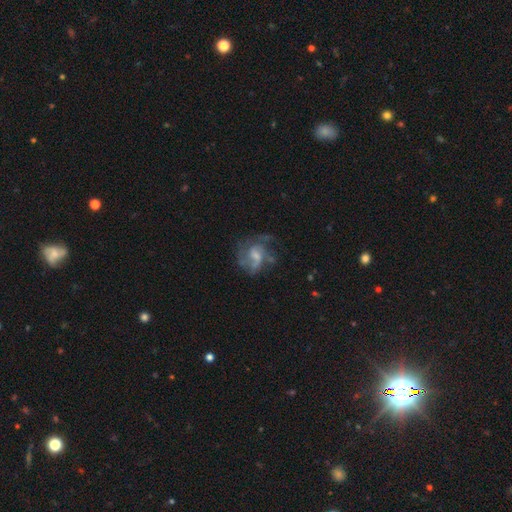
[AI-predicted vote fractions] A featured or disk galaxy (72%) with no bar (50%), 2 (41%) medium (47%) spiral arms (82%) and a small central bulge (38%, tied with moderate). Merging: none (46%).